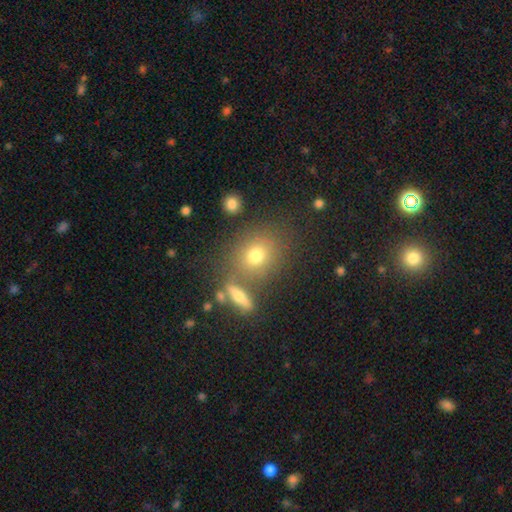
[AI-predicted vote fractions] This is likely a smooth galaxy (71%). How rounded: likely round (68%). Merging: likely none (68%).